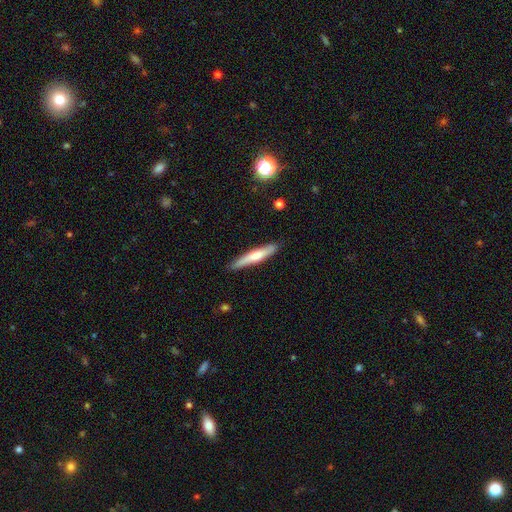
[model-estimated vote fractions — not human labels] Q: Smooth or featured?
A: smooth (58%); runner-up: featured or disk (37%)
Q: How rounded?
A: cigar-shaped (91%); runner-up: in between (8%)
Q: Merging?
A: none (85%); runner-up: minor disturbance (12%)